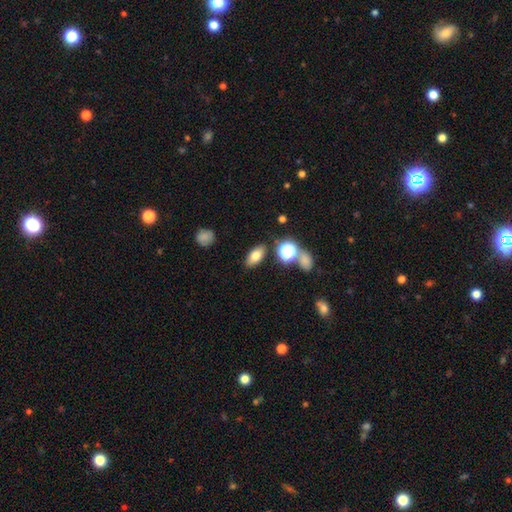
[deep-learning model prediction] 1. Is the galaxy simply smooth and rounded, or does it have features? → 73% smooth, 15% featured or disk, 12% star or artifact.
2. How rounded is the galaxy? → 84% in between, 8% round, 8% cigar-shaped.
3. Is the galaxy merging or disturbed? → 83% none, 9% minor disturbance, 5% merger, 3% major disturbance.